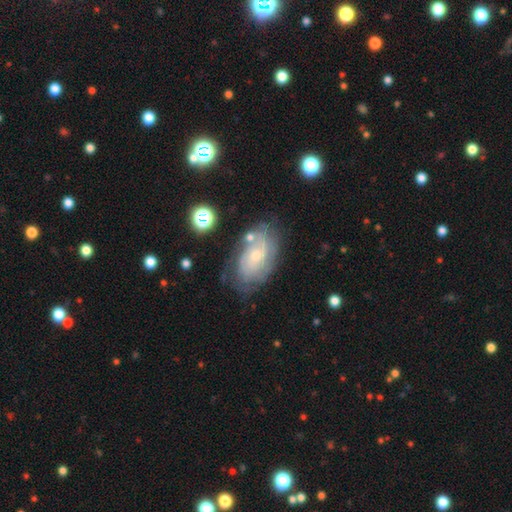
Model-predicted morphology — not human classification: This is likely a featured or disk galaxy (74%). It is clearly not viewed edge-on (95%). Bar: likely no (69%). Spiral arm pattern: clearly yes (89%). Spiral arm count: possibly can't tell (47%). Spiral winding: possibly tight (58%). Central bulge: likely small (65%). Merging: likely none (65%).